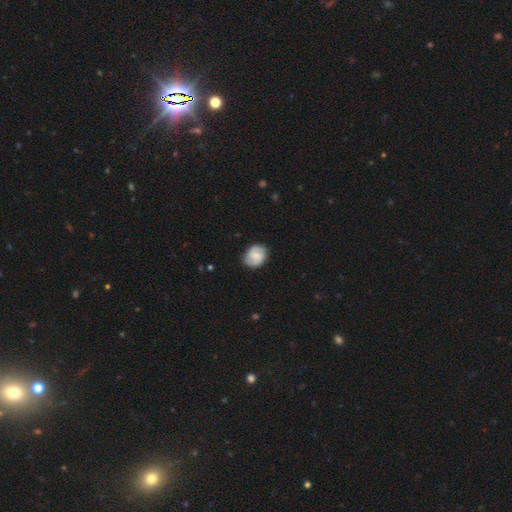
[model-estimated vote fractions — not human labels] smooth_or_featured: smooth (p=0.49) [alt: featured or disk p=0.44]
merging: none (p=0.82) [alt: minor disturbance p=0.14]